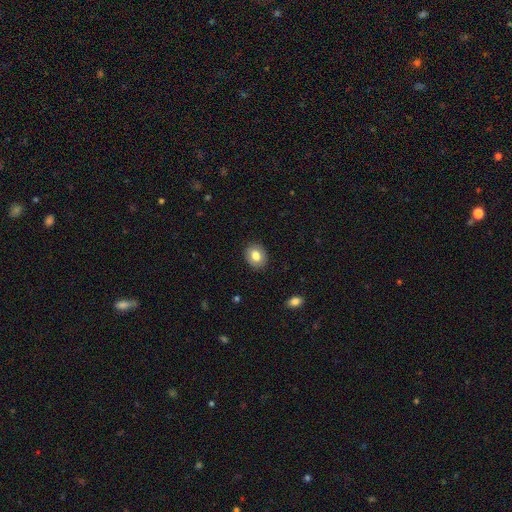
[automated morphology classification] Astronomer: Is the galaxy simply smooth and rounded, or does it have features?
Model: smooth — 79%.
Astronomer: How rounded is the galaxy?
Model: round — 51% (runner-up: in between, 48%).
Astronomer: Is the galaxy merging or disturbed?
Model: none — 89%.